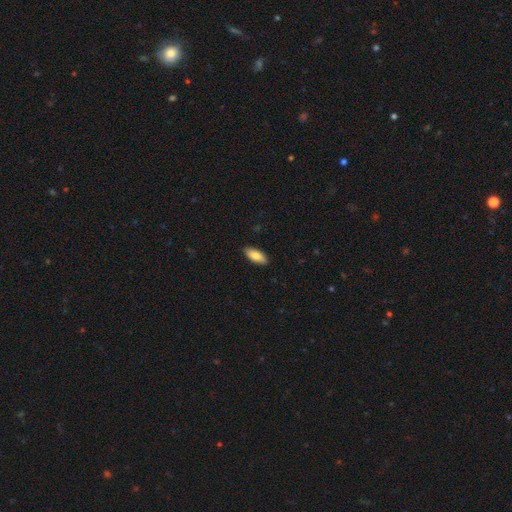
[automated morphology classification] This appears to be a smooth galaxy with no disk features (83%) that is in between round and cigar-shaped (85%). Merging: none (88%).